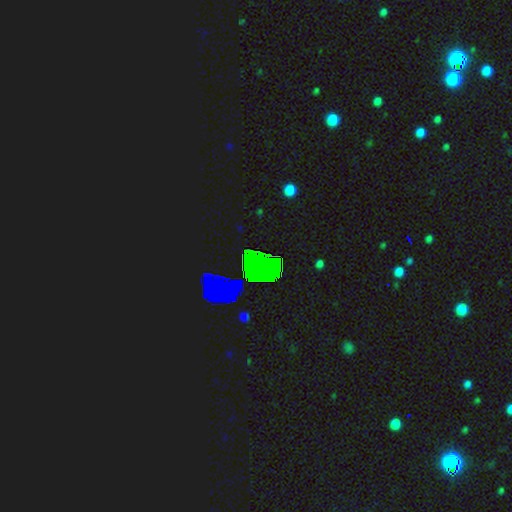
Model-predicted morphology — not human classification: Q: Smooth or featured?
A: star or artifact (57%); runner-up: featured or disk (22%)